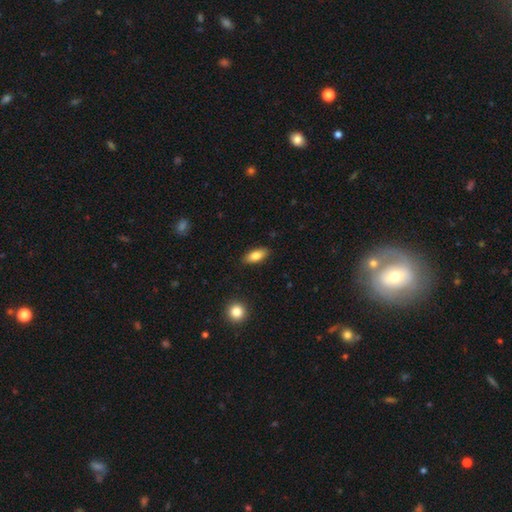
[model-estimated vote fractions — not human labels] Smooth or featured? smooth (82%)
How rounded? in between (85%)
Merging? none (87%)